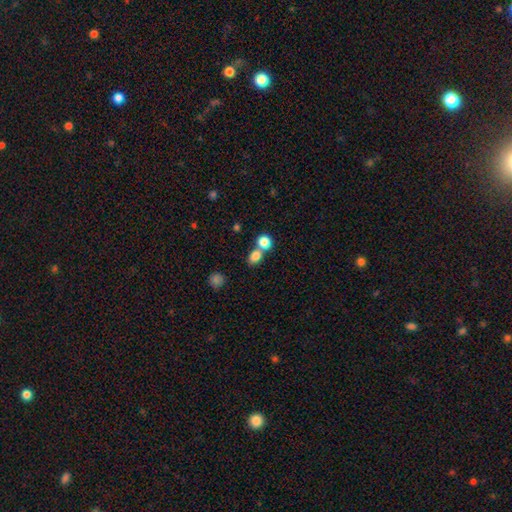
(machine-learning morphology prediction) This is clearly a smooth galaxy (81%). How rounded: possibly round (52%). Merging: possibly none (45%).